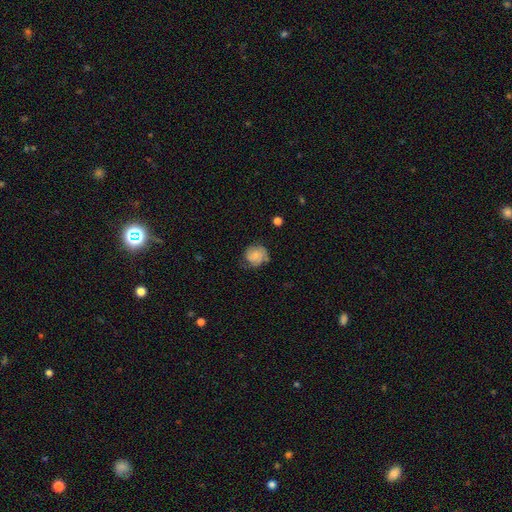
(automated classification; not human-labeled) A smooth galaxy with no disk features (49%).

Vote fractions:
- Smooth or featured? smooth: 49% / featured or disk: 43% / star or artifact: 8%
- Merging? none: 60% / minor disturbance: 27% / major disturbance: 11% / merger: 2%